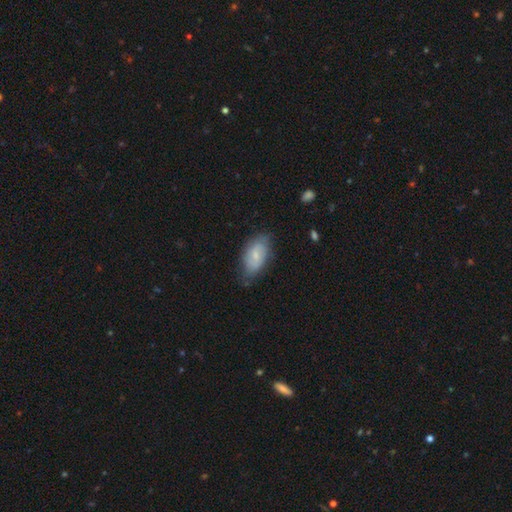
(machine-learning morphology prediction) Smooth or featured? smooth (57%)
How rounded? in between (92%)
Merging? none (64%)